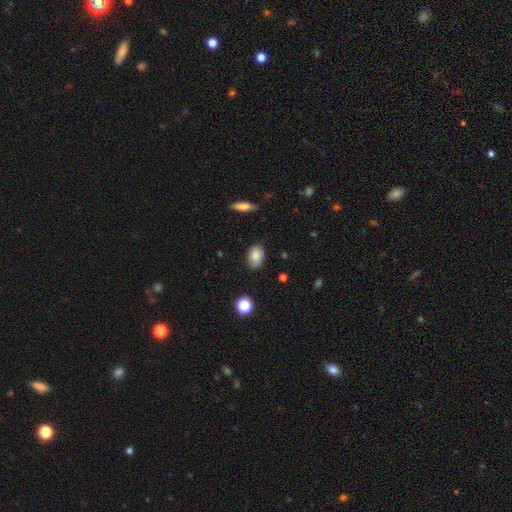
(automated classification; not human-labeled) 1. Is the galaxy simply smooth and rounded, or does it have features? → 84% smooth, 9% star or artifact, 7% featured or disk.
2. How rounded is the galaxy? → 82% in between, 16% round, 1% cigar-shaped.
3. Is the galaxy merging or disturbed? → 80% none, 16% minor disturbance, 3% major disturbance, 2% merger.